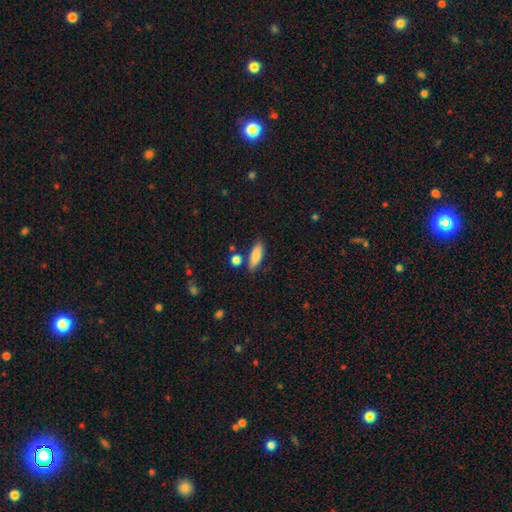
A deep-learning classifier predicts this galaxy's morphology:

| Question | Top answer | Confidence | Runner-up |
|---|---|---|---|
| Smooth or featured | smooth | 85% | featured or disk (9%) |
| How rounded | in between | 64% | cigar-shaped (33%) |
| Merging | none | 73% | minor disturbance (16%) |